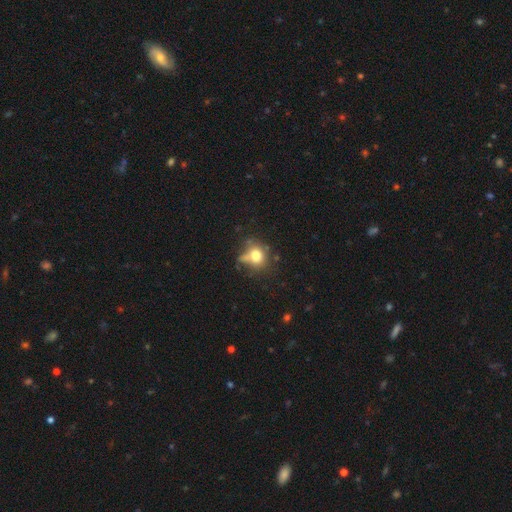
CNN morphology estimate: type=smooth (75%); roundness=round (70%); merging=none (53%).